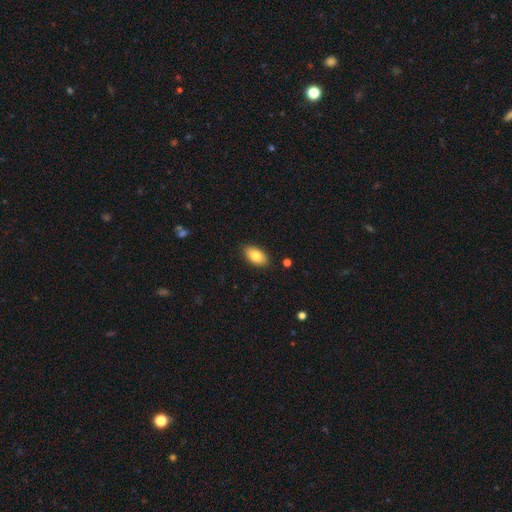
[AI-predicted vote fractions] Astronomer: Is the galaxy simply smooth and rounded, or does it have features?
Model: smooth — 83%.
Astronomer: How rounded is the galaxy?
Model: in between — 93%.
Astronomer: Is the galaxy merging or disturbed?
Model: none — 87%.